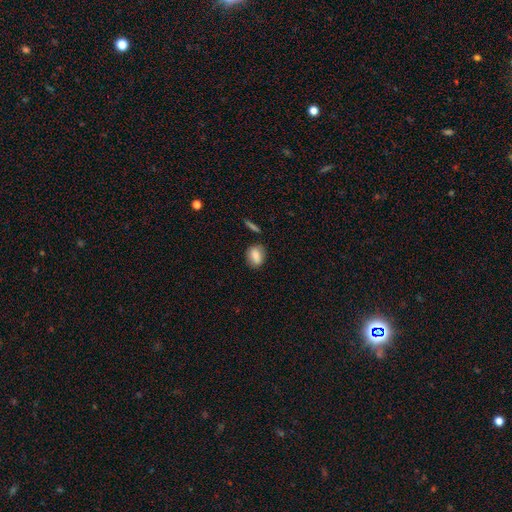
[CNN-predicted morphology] smooth-or-featured: smooth: 81% | featured or disk: 11% | star or artifact: 8%
  how-rounded: in between: 69% | round: 28% | cigar-shaped: 3%
  merging: none: 77% | minor disturbance: 14% | merger: 5% | major disturbance: 4%